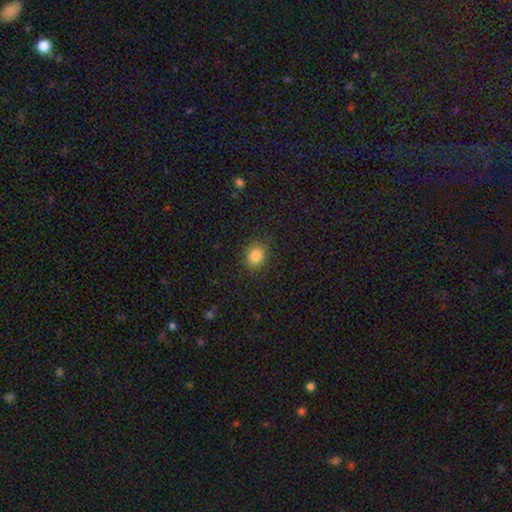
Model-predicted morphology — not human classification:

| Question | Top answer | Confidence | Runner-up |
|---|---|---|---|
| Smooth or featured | smooth | 83% | star or artifact (11%) |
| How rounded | round | 75% | in between (24%) |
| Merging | none | 87% | minor disturbance (9%) |